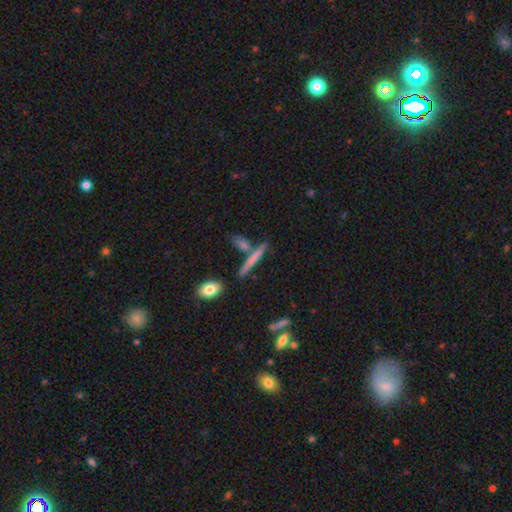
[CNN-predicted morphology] smooth-or-featured: smooth: 47% | featured or disk: 40% | star or artifact: 13%
  merging: none: 72% | merger: 13% | minor disturbance: 11% | major disturbance: 4%